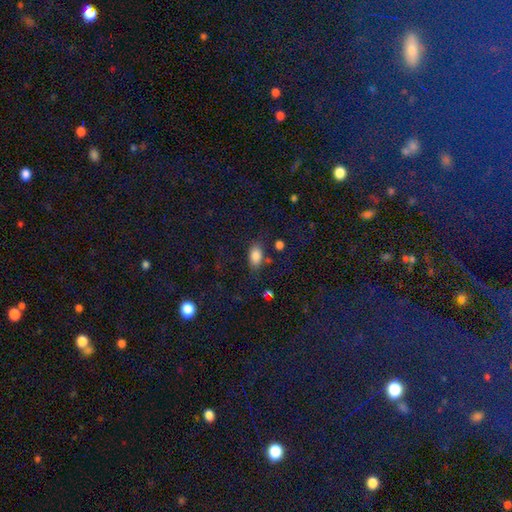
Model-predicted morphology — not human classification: Overall: smooth (83%). How rounded: in between (88%). Merging: none (72%).